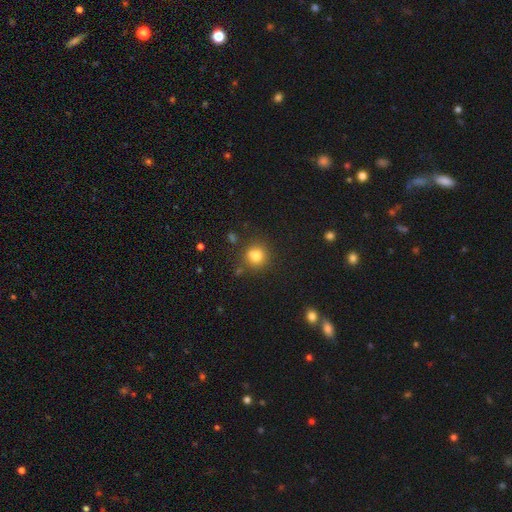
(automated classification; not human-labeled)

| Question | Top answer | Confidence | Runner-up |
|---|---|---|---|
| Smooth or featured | smooth | 80% | star or artifact (13%) |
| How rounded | round | 85% | in between (14%) |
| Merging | none | 73% | minor disturbance (13%) |